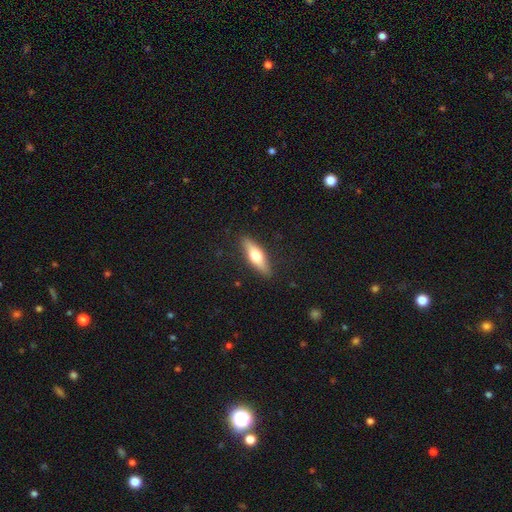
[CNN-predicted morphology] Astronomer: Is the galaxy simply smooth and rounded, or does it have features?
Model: smooth — 52% (runner-up: featured or disk, 43%).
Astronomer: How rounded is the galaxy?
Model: cigar-shaped — 58% (runner-up: in between, 39%).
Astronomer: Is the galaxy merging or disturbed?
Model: none — 87%.